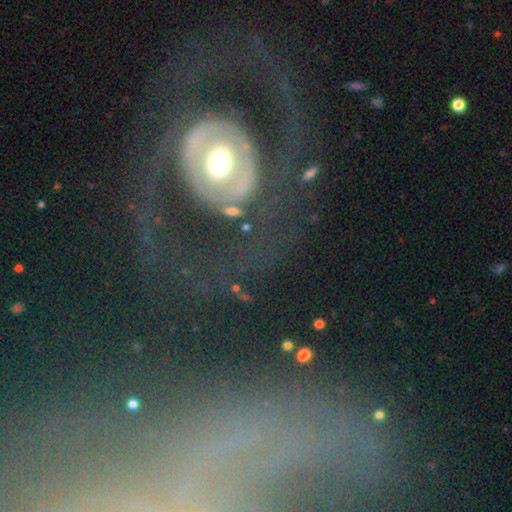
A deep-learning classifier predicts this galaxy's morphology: Smooth or featured? Predicted: featured or disk (p=0.66). Edge-on disk? Predicted: no (p=0.94). Bar? Predicted: no (p=0.66). Spiral arms? Predicted: no (p=0.54). Bulge size? Predicted: moderate (p=0.62). Merging? Predicted: none (p=0.73).